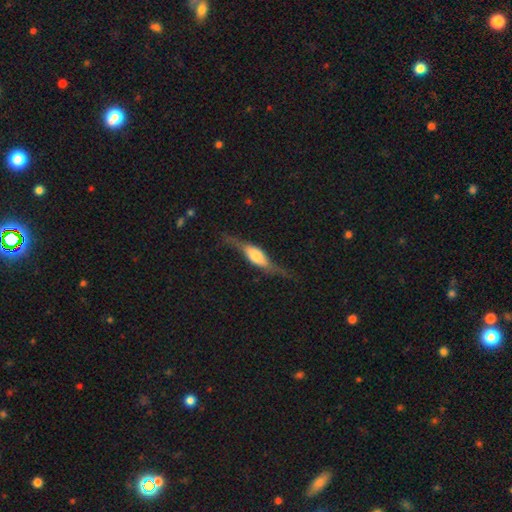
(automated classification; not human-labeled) The model was most divided on "smooth or featured": featured or disk: 63%, smooth: 31%, star or artifact: 6%. More confident: edge-on disk — yes (86%); edge-on bulge — rounded (70%); merging — none (65%).